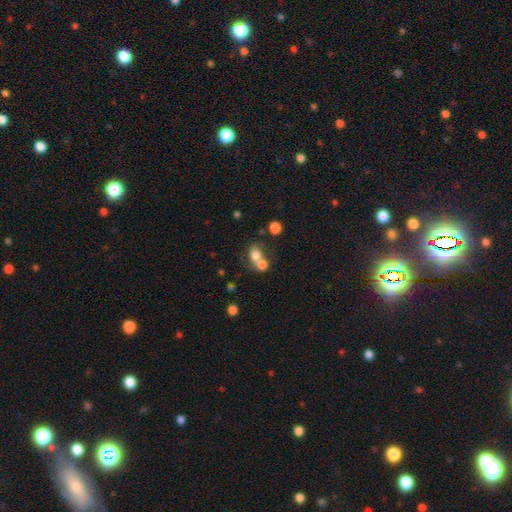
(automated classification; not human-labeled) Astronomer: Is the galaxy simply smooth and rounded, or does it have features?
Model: smooth — 69%.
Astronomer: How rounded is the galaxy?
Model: round — 49%, tied with in between at 49%.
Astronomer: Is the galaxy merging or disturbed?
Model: merger — 63%.